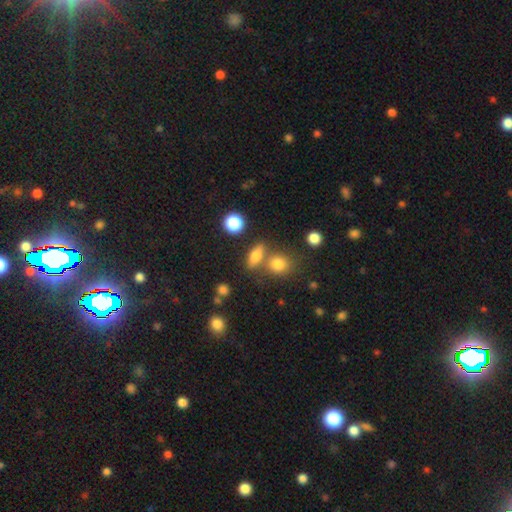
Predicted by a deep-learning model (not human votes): Overall: smooth (69%). How rounded: in between (50%; cigar-shaped 27%). Merging: none (65%).